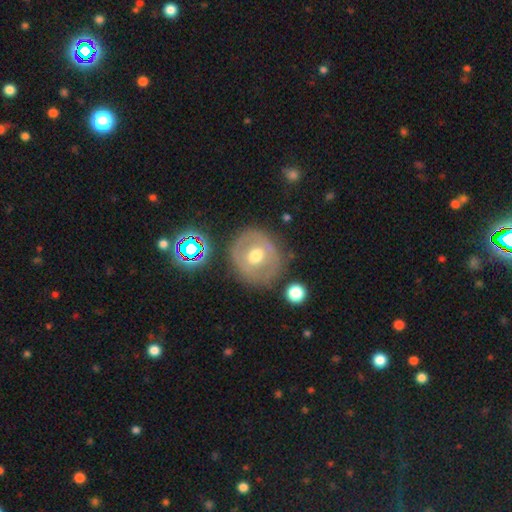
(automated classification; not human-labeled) The model was most divided on "smooth or featured": featured or disk: 48%, smooth: 43%, star or artifact: 9%. More confident: merging — none (76%).